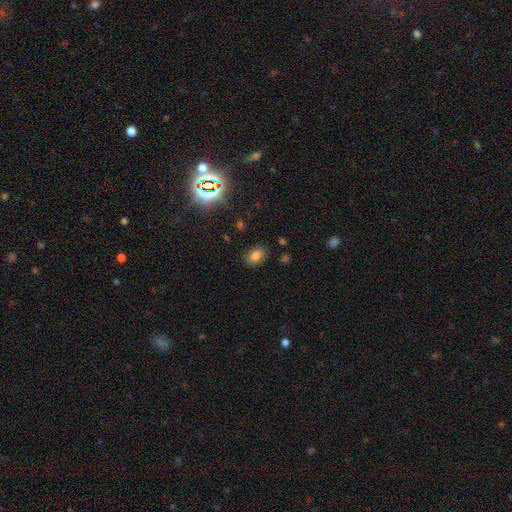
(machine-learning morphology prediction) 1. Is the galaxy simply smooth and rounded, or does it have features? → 76% smooth, 15% star or artifact, 9% featured or disk.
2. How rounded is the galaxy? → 82% in between, 16% round, 2% cigar-shaped.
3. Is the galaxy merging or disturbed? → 83% none, 12% minor disturbance, 3% major disturbance, 2% merger.